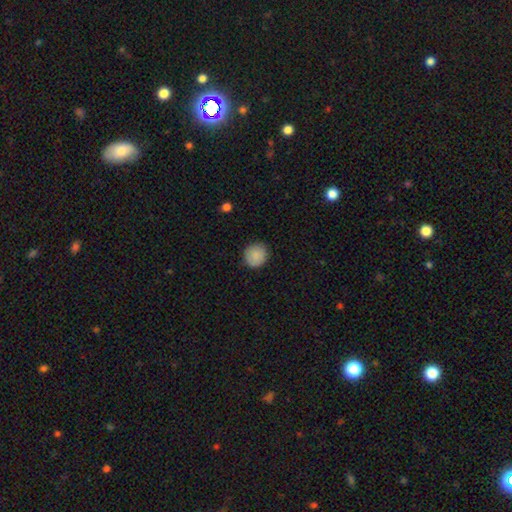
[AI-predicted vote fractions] smooth_or_featured: smooth (p=0.87) [alt: star or artifact p=0.08]
how_rounded: round (p=0.88) [alt: in between p=0.11]
merging: none (p=0.86) [alt: minor disturbance p=0.11]